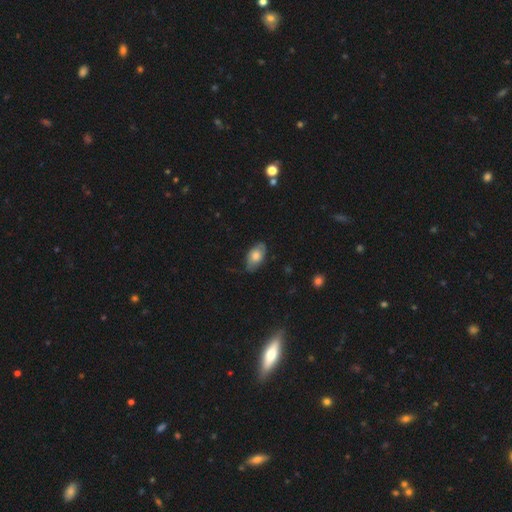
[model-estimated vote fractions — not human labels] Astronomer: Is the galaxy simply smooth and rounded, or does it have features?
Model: smooth — 61%.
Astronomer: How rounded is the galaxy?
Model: in between — 91%.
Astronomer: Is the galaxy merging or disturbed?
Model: none — 73%.